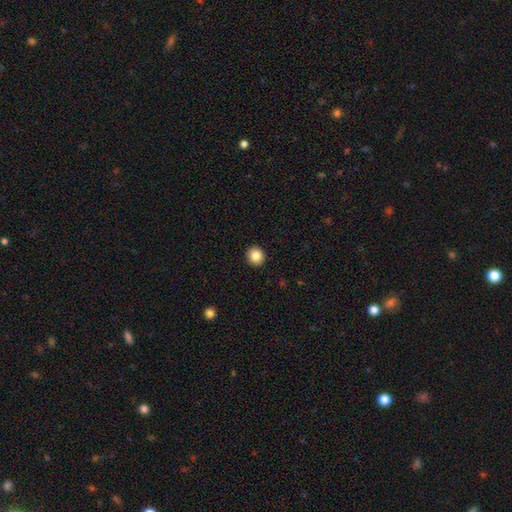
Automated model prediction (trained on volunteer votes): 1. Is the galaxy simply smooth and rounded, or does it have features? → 85% smooth, 9% star or artifact, 5% featured or disk.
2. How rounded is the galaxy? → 90% round, 9% in between, 1% cigar-shaped.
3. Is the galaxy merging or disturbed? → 93% none, 4% minor disturbance, 1% major disturbance, 1% merger.